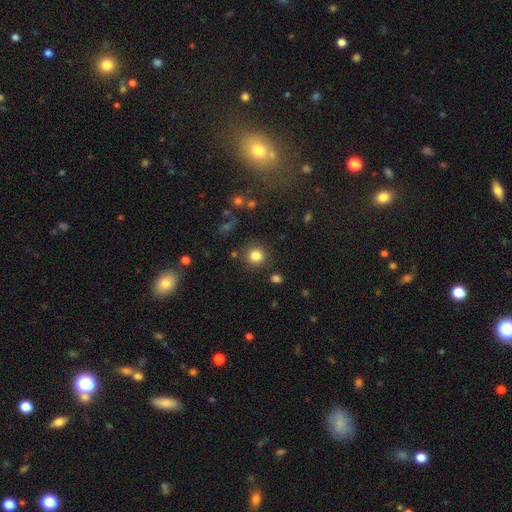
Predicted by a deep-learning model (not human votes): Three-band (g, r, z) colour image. It shows a smooth galaxy with no disk features (82%) that is round (92%). Merging: none (87%).